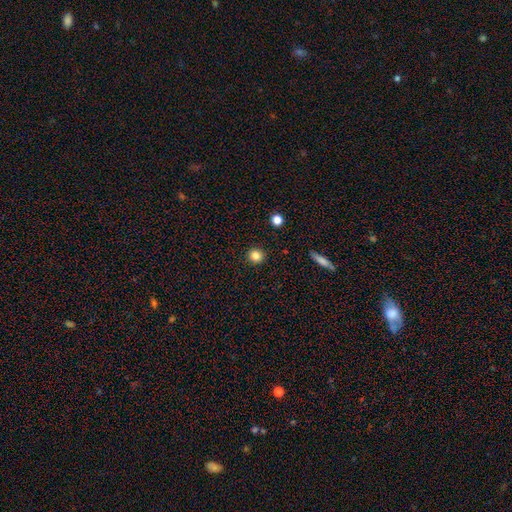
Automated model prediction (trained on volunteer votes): This is clearly a smooth galaxy (85%). How rounded: clearly round (93%). Merging: clearly none (92%).